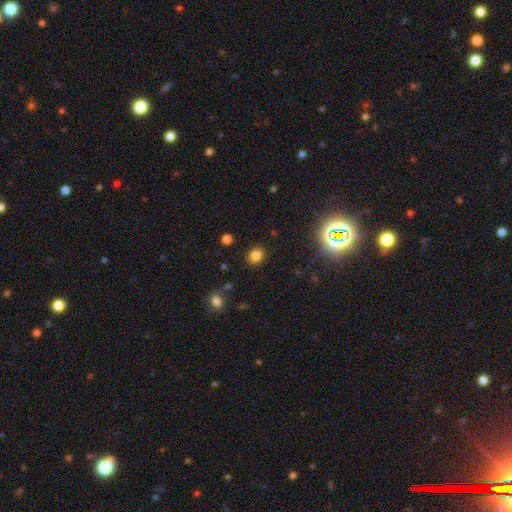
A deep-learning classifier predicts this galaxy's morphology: A smooth galaxy with no disk features (80%) that is round (60%). Merging: none (88%).